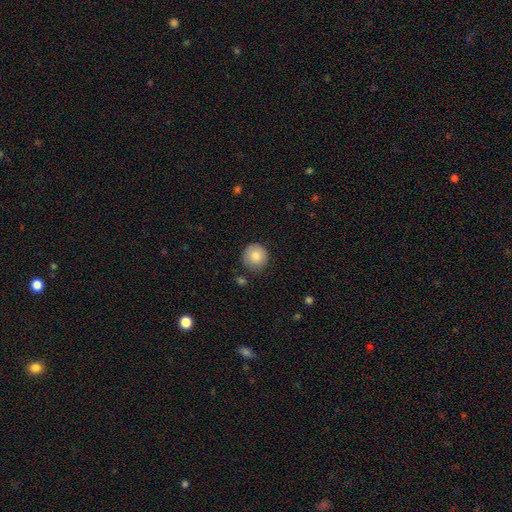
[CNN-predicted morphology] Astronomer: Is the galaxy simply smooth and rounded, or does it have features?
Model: smooth — 84%.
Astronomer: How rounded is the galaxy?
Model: round — 94%.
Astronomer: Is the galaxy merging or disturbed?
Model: none — 83%.